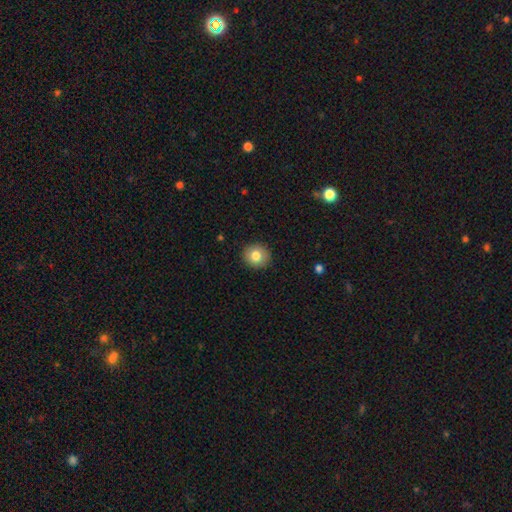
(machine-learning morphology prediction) This is clearly a smooth galaxy (81%). How rounded: clearly round (87%). Merging: clearly none (91%).